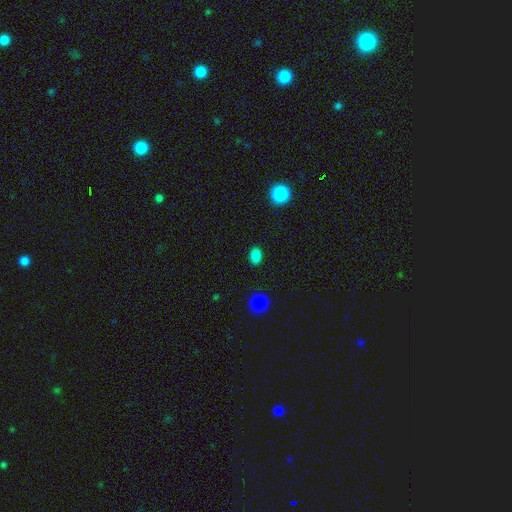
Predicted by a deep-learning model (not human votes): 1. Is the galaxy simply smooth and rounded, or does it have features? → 85% smooth, 11% star or artifact, 3% featured or disk.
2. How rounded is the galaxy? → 74% in between, 25% round, 1% cigar-shaped.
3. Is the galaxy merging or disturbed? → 88% none, 8% minor disturbance, 2% major disturbance, 1% merger.